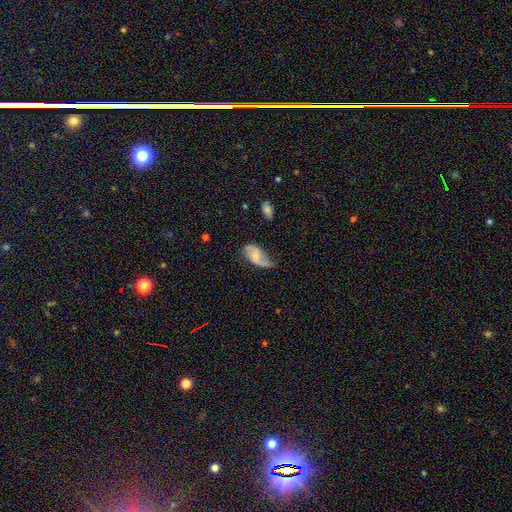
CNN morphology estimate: A featured or disk galaxy (58%) with no bar (62%), spiral arms (87%) and a small central bulge (53%).

Vote fractions:
- Smooth or featured? featured or disk: 58% / smooth: 36% / star or artifact: 7%
- Edge-on disk? no: 96% / yes: 4%
- Bar? no: 62% / weak: 31% / strong: 6%
- Spiral arms? yes: 87% / no: 13%
- Bulge size? small: 53% / moderate: 30% / none: 13% / large: 2% / dominant: 1%
- Merging? none: 42% / minor disturbance: 36% / major disturbance: 19% / merger: 3%